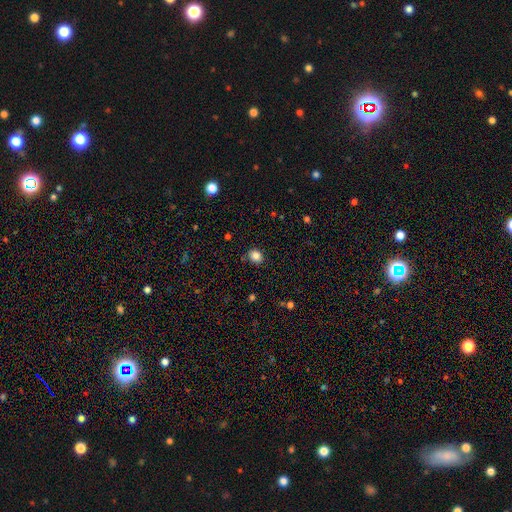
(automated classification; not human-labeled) Q: Smooth or featured?
A: smooth (84%); runner-up: star or artifact (11%)
Q: How rounded?
A: round (67%); runner-up: in between (32%)
Q: Merging?
A: none (81%); runner-up: minor disturbance (13%)